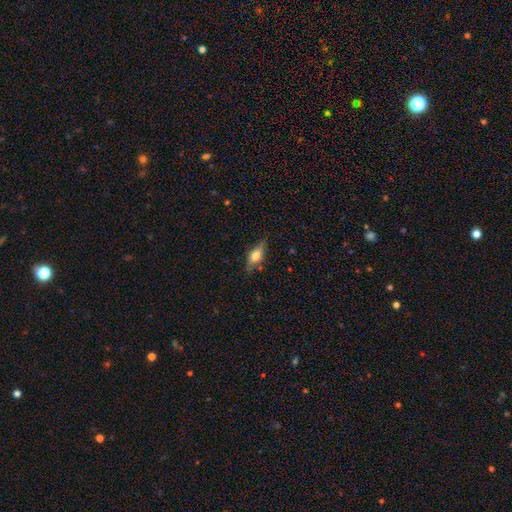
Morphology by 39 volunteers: Overall: smooth (62%; featured or disk 36%). How rounded: in between (75%). Merging: none (66%; minor disturbance 26%).